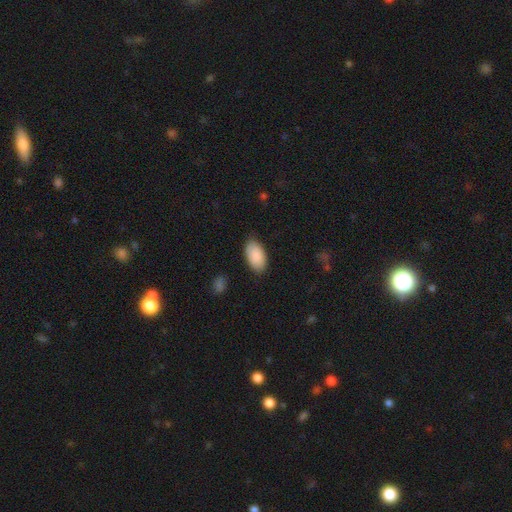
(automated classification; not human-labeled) Q: Smooth or featured?
A: smooth (90%); runner-up: star or artifact (6%)
Q: How rounded?
A: in between (96%); runner-up: round (3%)
Q: Merging?
A: none (84%); runner-up: minor disturbance (12%)